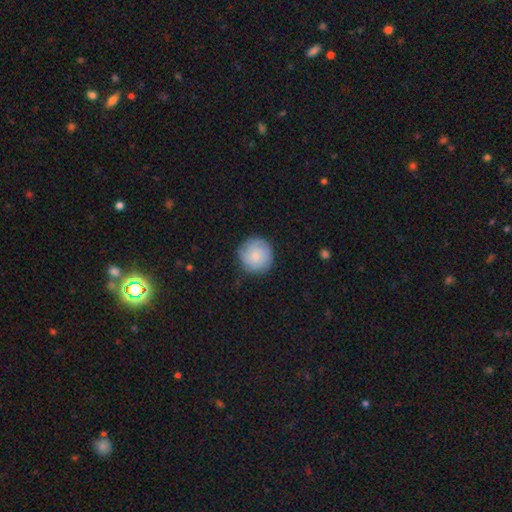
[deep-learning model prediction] Smooth or featured: smooth — 66% (featured or disk — 26%)
How rounded: round — 94% (in between — 5%)
Merging: none — 81% (minor disturbance — 14%)